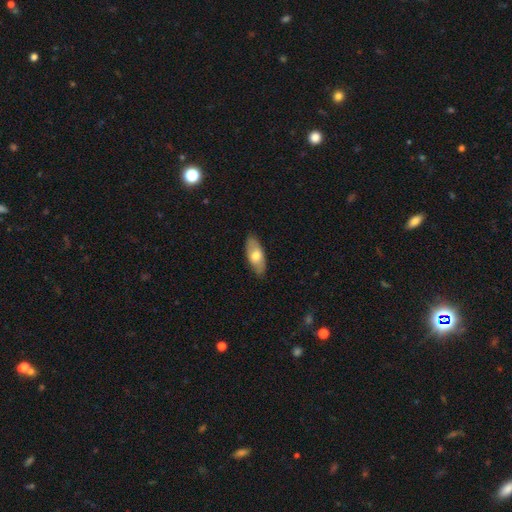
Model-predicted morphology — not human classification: This is likely a smooth galaxy (66%). How rounded: clearly in between (85%). Merging: clearly none (86%).